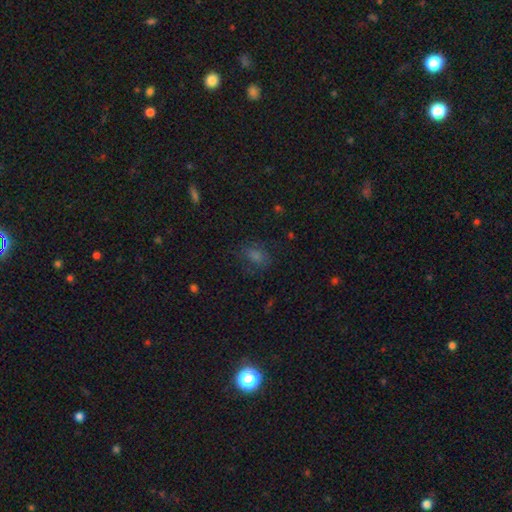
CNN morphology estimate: Smooth or featured?
  - smooth: 51% *
  - star or artifact: 35%
  - featured or disk: 14%
How rounded?
  - in between: 57% *
  - round: 40%
  - cigar-shaped: 2%
Merging?
  - none: 74% *
  - minor disturbance: 16%
  - major disturbance: 8%
  - merger: 2%